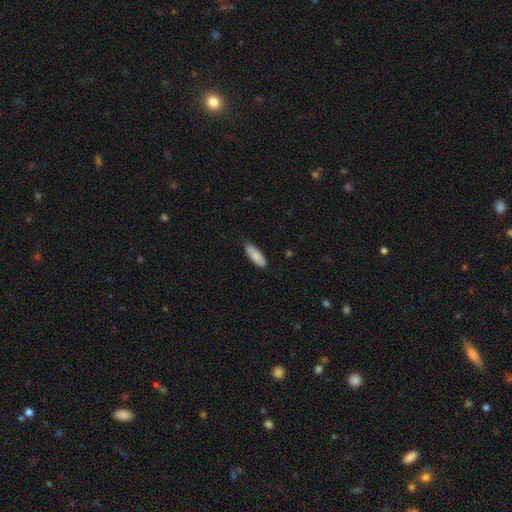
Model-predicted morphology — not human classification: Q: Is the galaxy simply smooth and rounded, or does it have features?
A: smooth — 85%.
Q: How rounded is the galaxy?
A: in between — 60%.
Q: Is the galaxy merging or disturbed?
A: none — 79%.